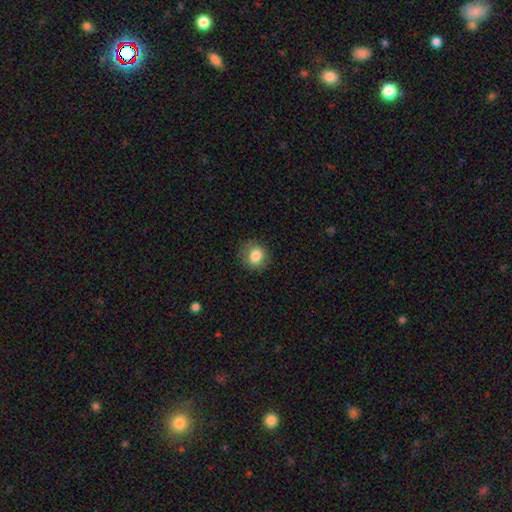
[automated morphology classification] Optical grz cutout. It shows a smooth galaxy with no disk features (82%) that is round (77%). Merging: none (83%).